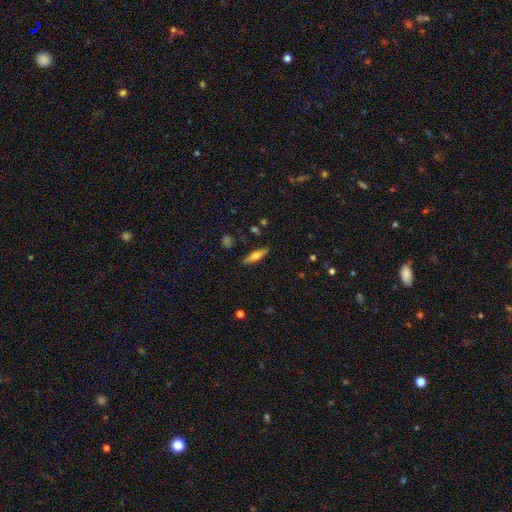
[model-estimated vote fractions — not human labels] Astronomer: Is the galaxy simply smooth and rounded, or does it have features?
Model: smooth — 53% (runner-up: featured or disk, 41%).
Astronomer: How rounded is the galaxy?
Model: cigar-shaped — 71%.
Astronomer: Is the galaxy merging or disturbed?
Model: none — 87%.